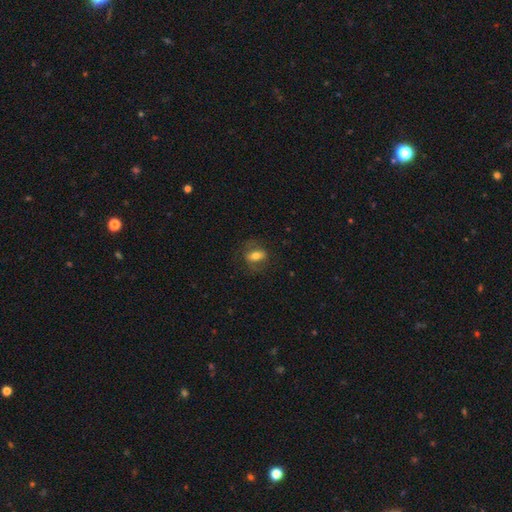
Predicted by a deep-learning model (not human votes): Smooth or featured: smooth — 61% (featured or disk — 29%)
How rounded: in between — 75% (round — 18%)
Merging: none — 72% (minor disturbance — 16%)